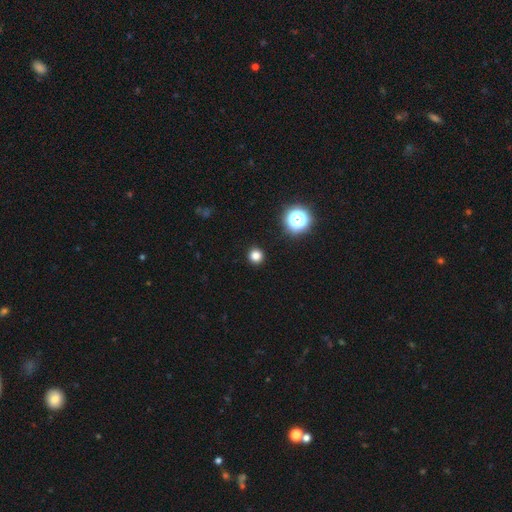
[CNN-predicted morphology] Smooth or featured? Predicted: smooth (p=0.80). How rounded? Predicted: round (p=0.95). Merging? Predicted: none (p=0.93).